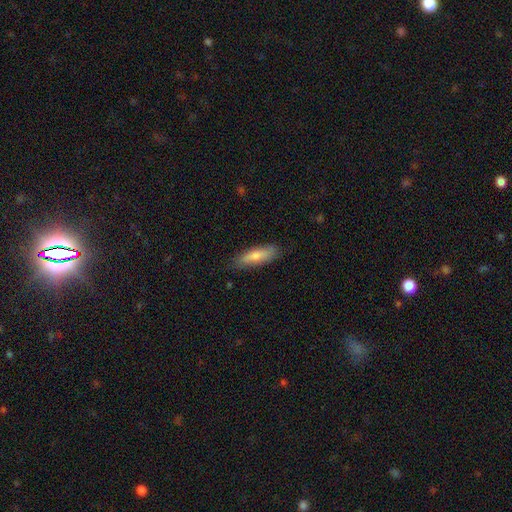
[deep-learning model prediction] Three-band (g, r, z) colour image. It shows a smooth galaxy with no disk features (65%) that is cigar-shaped (70%). Merging: none (85%).